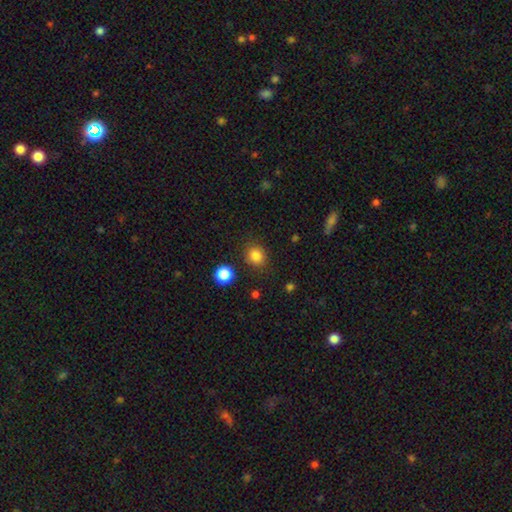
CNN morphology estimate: This is clearly a smooth galaxy (84%). How rounded: likely round (78%). Merging: clearly none (85%).